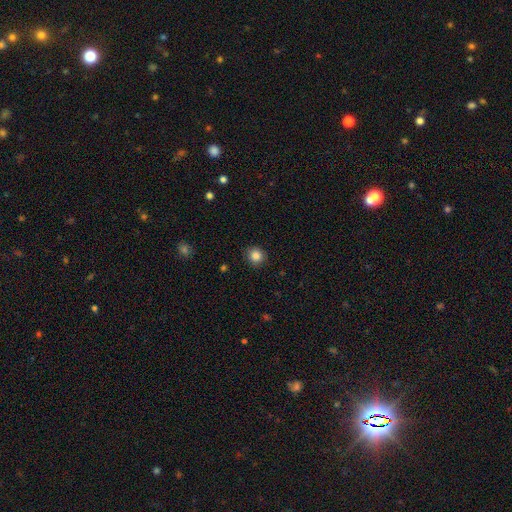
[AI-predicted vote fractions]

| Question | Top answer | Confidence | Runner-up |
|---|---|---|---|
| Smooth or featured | smooth | 85% | star or artifact (10%) |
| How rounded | round | 89% | in between (10%) |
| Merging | none | 89% | minor disturbance (8%) |